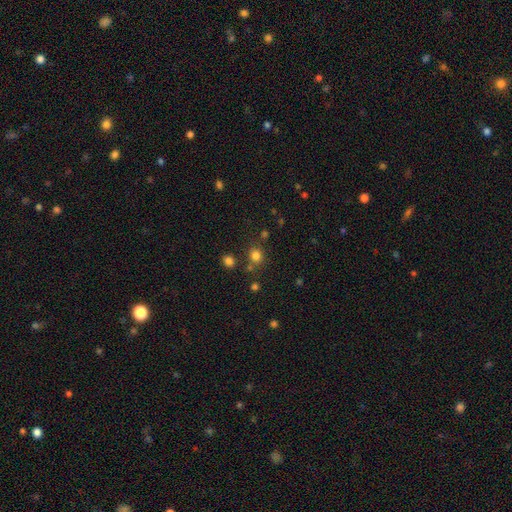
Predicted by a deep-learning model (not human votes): Smooth or featured? smooth (77%)
How rounded? round (82%)
Merging? none (76%)